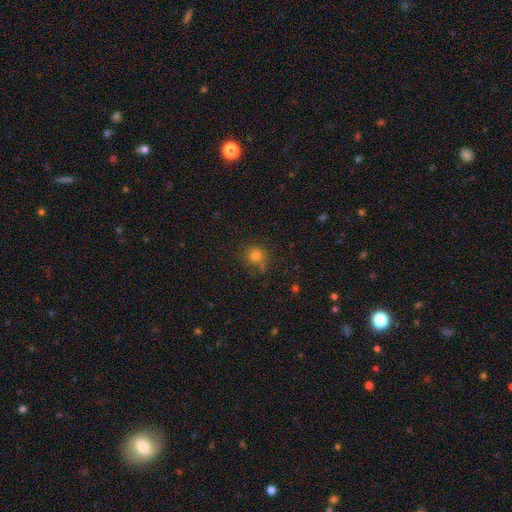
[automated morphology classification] Smooth or featured: smooth — 77% (star or artifact — 16%)
How rounded: round — 86% (in between — 13%)
Merging: none — 69% (minor disturbance — 18%)